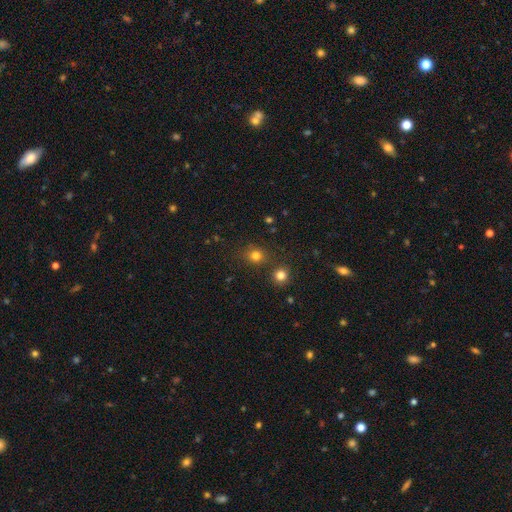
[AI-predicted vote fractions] Smooth or featured: smooth — 78% (star or artifact — 16%)
How rounded: round — 78% (in between — 21%)
Merging: none — 76% (merger — 11%)